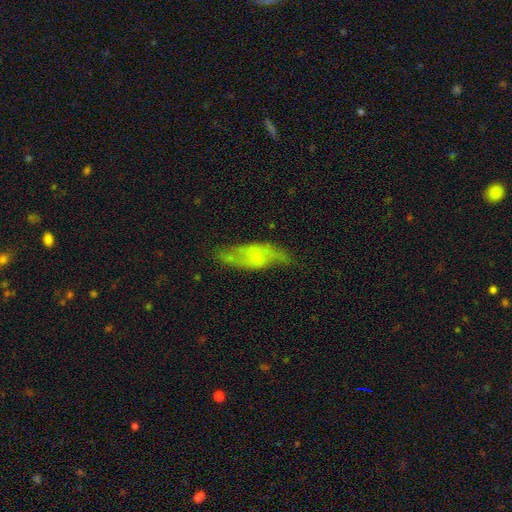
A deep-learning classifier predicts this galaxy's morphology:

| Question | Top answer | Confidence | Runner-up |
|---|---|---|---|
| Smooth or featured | featured or disk | 59% | smooth (34%) |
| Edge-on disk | no | 80% | yes (20%) |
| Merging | none | 63% | minor disturbance (23%) |